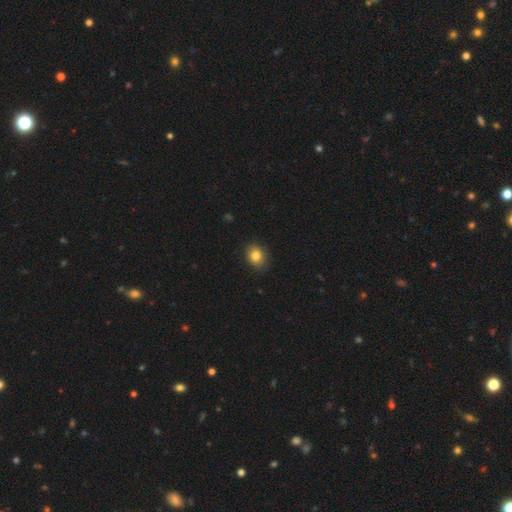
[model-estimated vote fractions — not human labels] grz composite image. It shows a smooth galaxy with no disk features (83%) that is round (56%). Merging: none (87%).